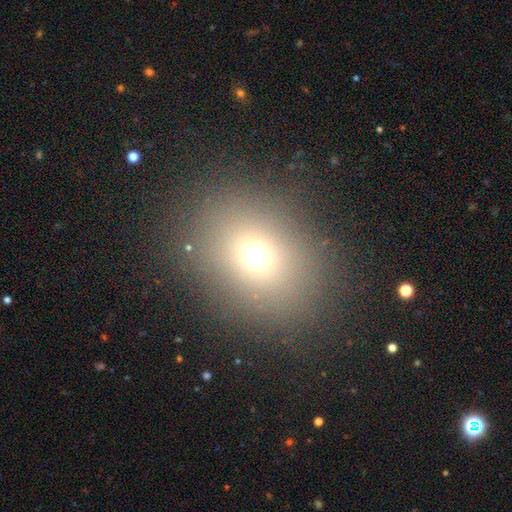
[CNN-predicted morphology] Smooth or featured?
  - smooth: 69% *
  - star or artifact: 20%
  - featured or disk: 11%
How rounded?
  - round: 56% *
  - in between: 43%
  - cigar-shaped: 1%
Merging?
  - none: 84% *
  - minor disturbance: 9%
  - major disturbance: 5%
  - merger: 2%